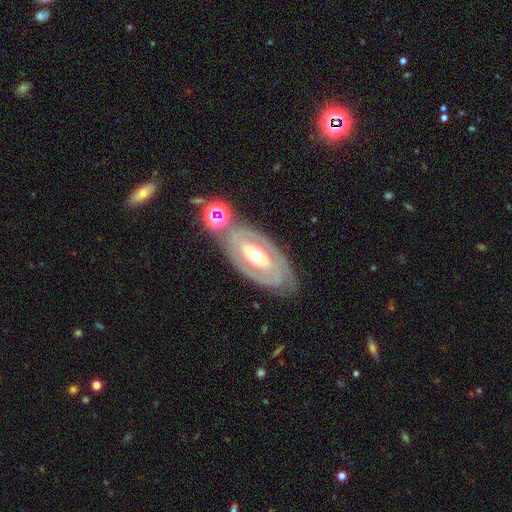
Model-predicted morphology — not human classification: Smooth or featured?
  - featured or disk: 83% *
  - smooth: 11%
  - star or artifact: 6%
Edge-on disk?
  - no: 92% *
  - yes: 8%
Bar?
  - no: 47% *
  - weak: 30%
  - strong: 23%
Spiral arms?
  - yes: 78% *
  - no: 22%
Spiral winding?
  - tight: 74% *
  - medium: 20%
  - loose: 6%
Spiral arm count?
  - 2: 49% *
  - can't tell: 32%
  - 3: 8%
  - 1: 6%
  - 4: 3%
  - more than 4: 3%
Bulge size?
  - moderate: 64% *
  - small: 29%
  - large: 5%
  - dominant: 1%
  - none: 1%
Merging?
  - none: 76% *
  - minor disturbance: 14%
  - major disturbance: 5%
  - merger: 5%